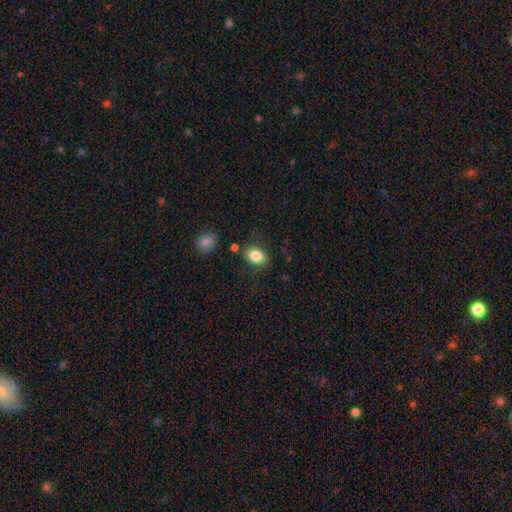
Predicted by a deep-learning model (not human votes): Overall: smooth (84%). How rounded: in between (74%). Merging: none (76%).